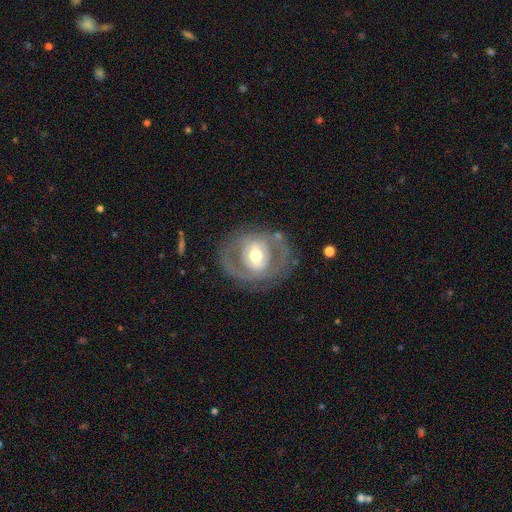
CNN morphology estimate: smooth-or-featured: featured or disk: 67% | smooth: 27% | star or artifact: 6%
  disk-edge-on: no: 95% | yes: 5%
    bar: no: 42% | weak: 34% | strong: 24%
    has-spiral-arms: no: 66% | yes: 34%
    bulge-size: moderate: 69% | large: 18% | small: 11% | dominant: 1% | none: 1%
  merging: none: 75% | minor disturbance: 13% | major disturbance: 10% | merger: 2%